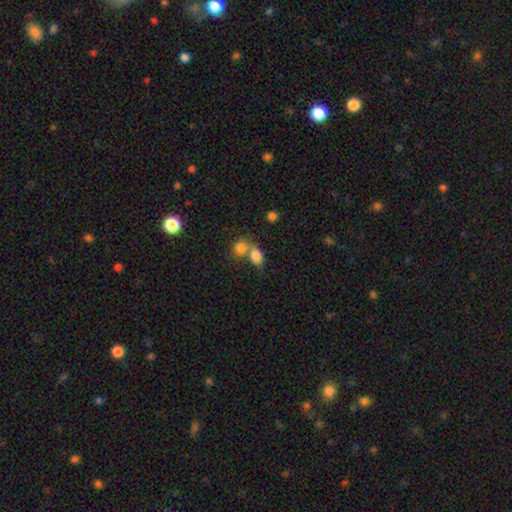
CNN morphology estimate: Smooth or featured: smooth — 82% (star or artifact — 10%)
How rounded: in between — 65% (round — 33%)
Merging: merger — 60% (none — 28%)